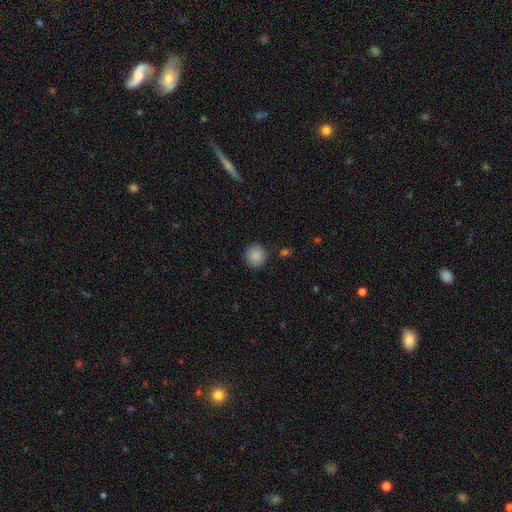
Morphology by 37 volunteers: smooth 86%, featured or disk 11%, star or artifact 3%. Down the decision tree: how rounded — round (94%); merging — none (92%).